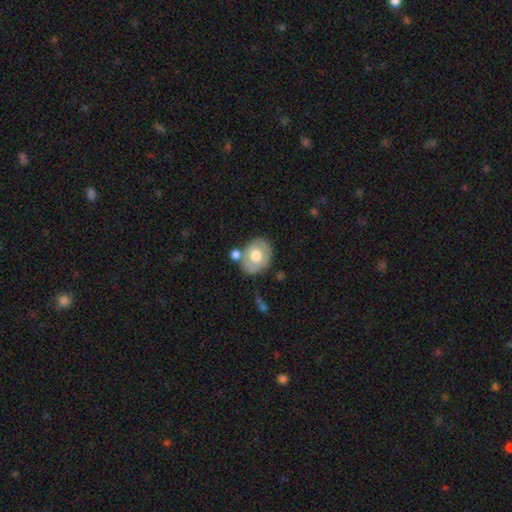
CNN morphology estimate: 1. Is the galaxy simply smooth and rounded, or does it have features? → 57% smooth, 37% featured or disk, 6% star or artifact.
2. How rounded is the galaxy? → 57% in between, 42% round, 1% cigar-shaped.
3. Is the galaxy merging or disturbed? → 65% none, 16% minor disturbance, 14% merger, 5% major disturbance.